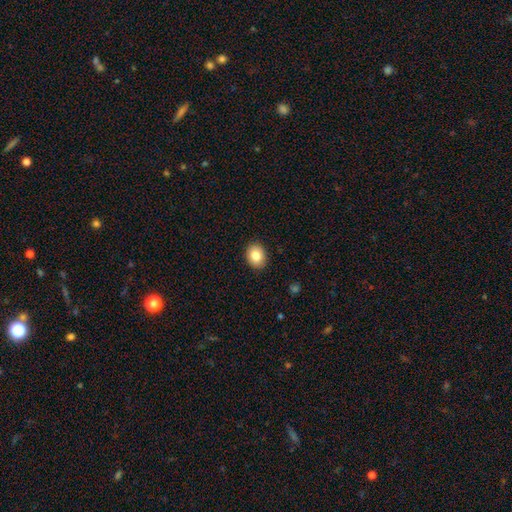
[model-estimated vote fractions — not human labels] Smooth or featured? Predicted: smooth (p=0.83). How rounded? Predicted: in between (p=0.53). Merging? Predicted: none (p=0.90).